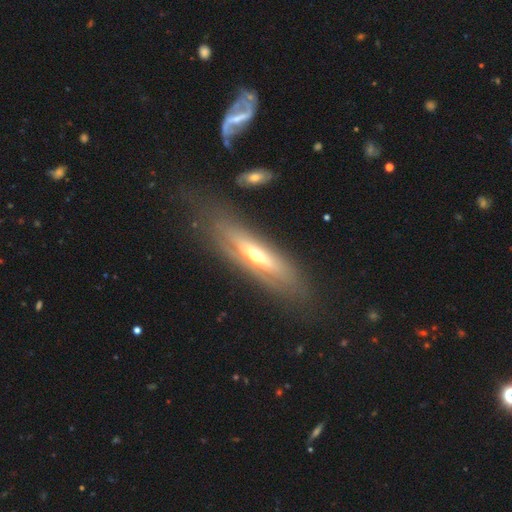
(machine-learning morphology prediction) smooth-or-featured: featured or disk: 69% | smooth: 25% | star or artifact: 7%
  disk-edge-on: yes: 54% | no: 46%
  merging: none: 69% | minor disturbance: 18% | major disturbance: 10% | merger: 3%